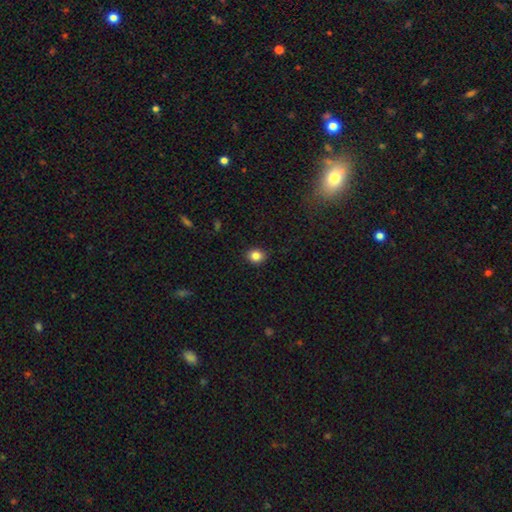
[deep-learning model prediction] This appears to be a smooth galaxy with no disk features (85%) that is round (71%). Merging: none (87%).